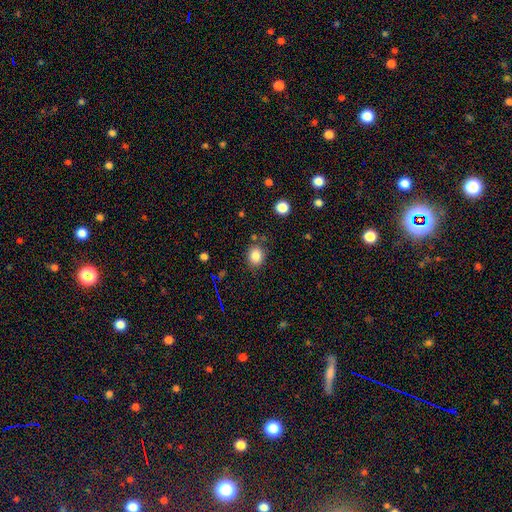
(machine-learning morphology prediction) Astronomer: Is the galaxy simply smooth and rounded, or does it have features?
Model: smooth — 84%.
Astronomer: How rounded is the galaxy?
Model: round — 56% (runner-up: in between, 43%).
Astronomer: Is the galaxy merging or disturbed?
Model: none — 77%.